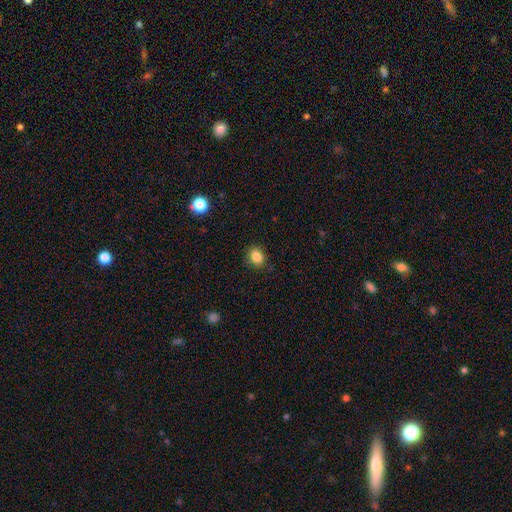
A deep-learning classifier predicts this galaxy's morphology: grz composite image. It shows a smooth galaxy with no disk features (86%) that is round (54%). Merging: none (86%).